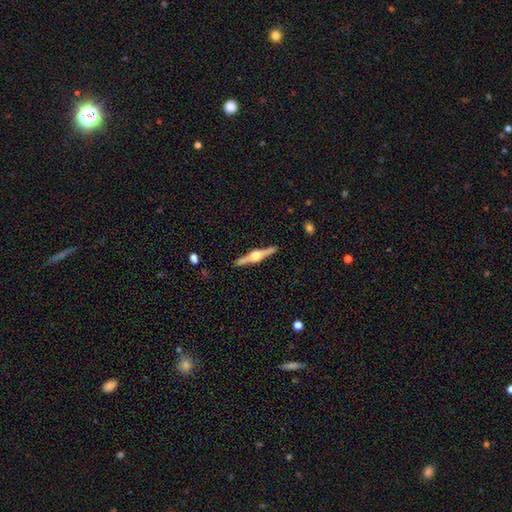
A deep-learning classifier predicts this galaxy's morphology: Smooth or featured: featured or disk — 82% (smooth — 14%)
Edge-on disk: yes — 98% (no — 2%)
Edge-on bulge: rounded — 94% (boxy — 4%)
Merging: none — 91% (minor disturbance — 6%)